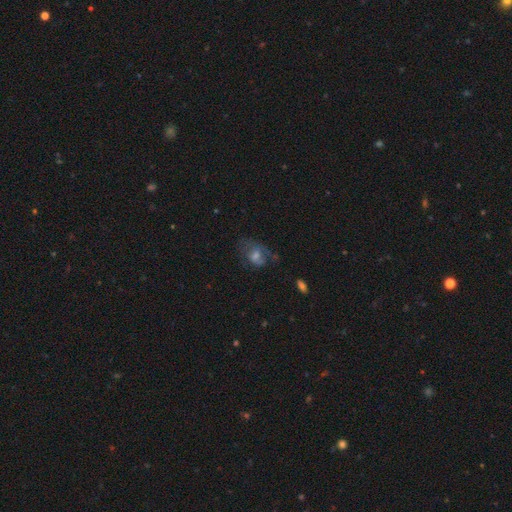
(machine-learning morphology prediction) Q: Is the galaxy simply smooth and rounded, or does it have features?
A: featured or disk — 43%.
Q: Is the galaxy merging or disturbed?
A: none — 45%.